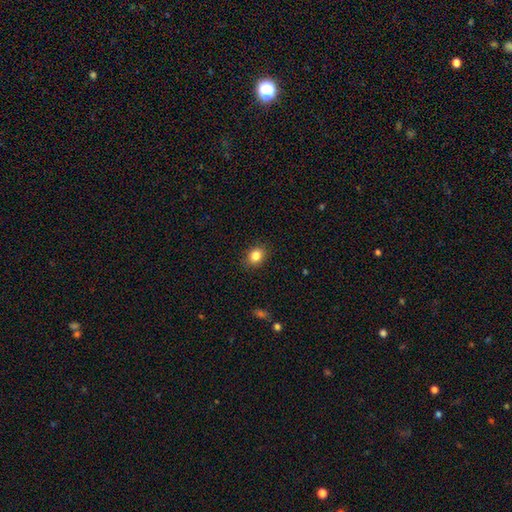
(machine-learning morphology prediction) Smooth or featured?
  - smooth: 84% *
  - star or artifact: 10%
  - featured or disk: 6%
How rounded?
  - round: 50% *
  - in between: 49%
  - cigar-shaped: 1%
Merging?
  - none: 88% *
  - minor disturbance: 9%
  - major disturbance: 2%
  - merger: 1%